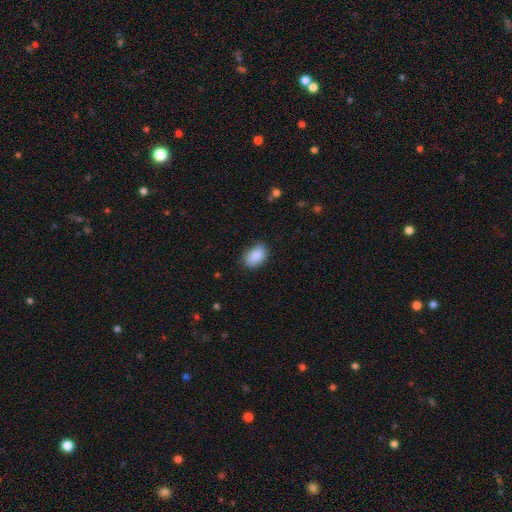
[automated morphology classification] type=smooth (89%); roundness=in between (88%); merging=none (81%).